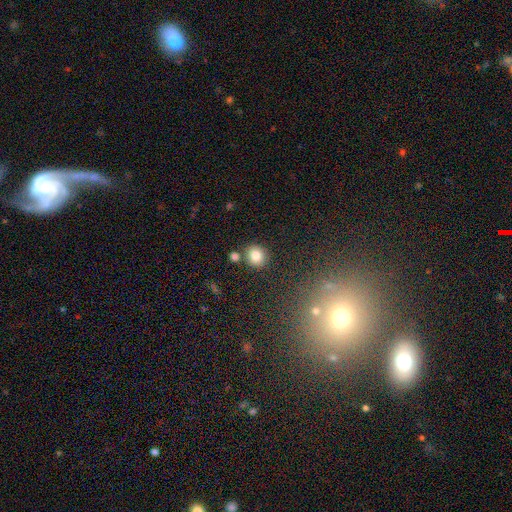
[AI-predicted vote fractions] Smooth or featured?
  - smooth: 83% *
  - star or artifact: 10%
  - featured or disk: 6%
How rounded?
  - round: 85% *
  - in between: 14%
  - cigar-shaped: 1%
Merging?
  - none: 80% *
  - merger: 9%
  - minor disturbance: 8%
  - major disturbance: 3%